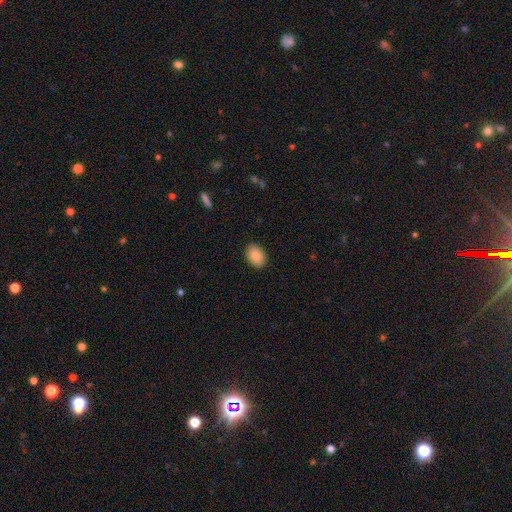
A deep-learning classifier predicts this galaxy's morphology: smooth 87%, star or artifact 7%, featured or disk 5%. Down the decision tree: how rounded — in between (80%); merging — none (89%).